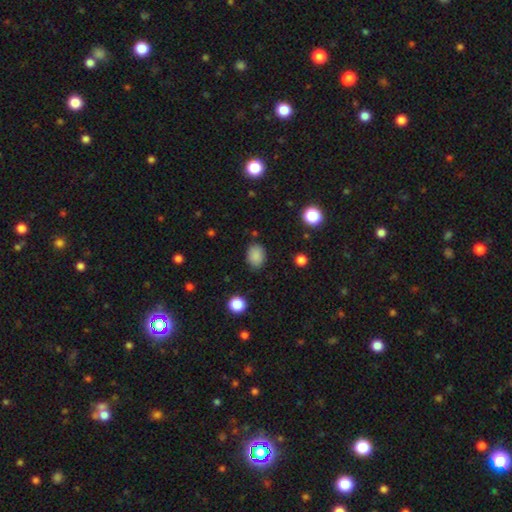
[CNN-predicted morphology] Overall: smooth (86%). How rounded: in between (67%; round 32%). Merging: none (83%).